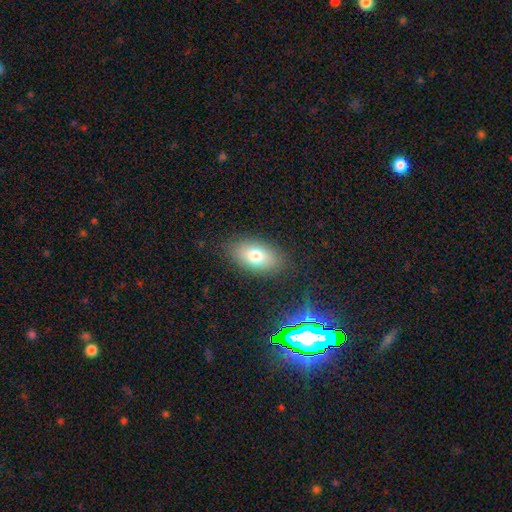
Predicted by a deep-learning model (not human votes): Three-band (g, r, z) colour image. It shows a smooth galaxy with no disk features (75%) that is in between round and cigar-shaped (91%). Merging: none (84%).